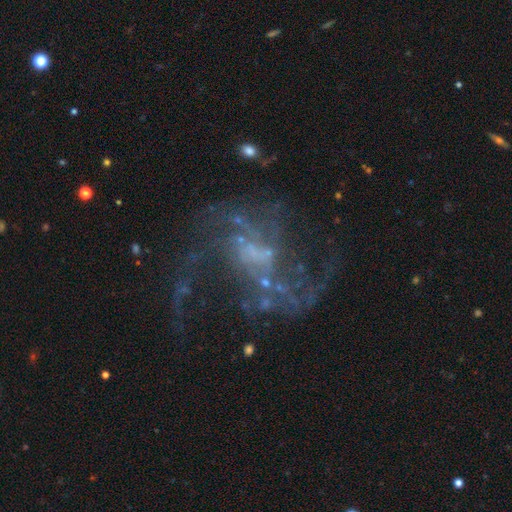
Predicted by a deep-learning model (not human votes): This appears to be a featured or disk galaxy (80%) with no bar (44%), 2 (50%) loose (56%) spiral arms (85%) and no central bulge (46%). Merging: none (50%).